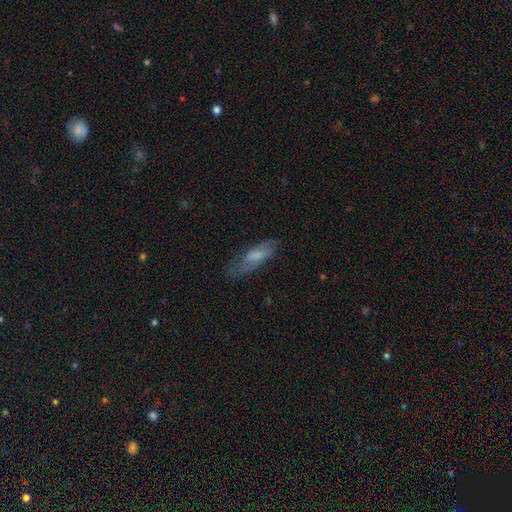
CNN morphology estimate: Smooth or featured?
  - smooth: 55% *
  - featured or disk: 37%
  - star or artifact: 8%
How rounded?
  - in between: 54% *
  - cigar-shaped: 44%
  - round: 2%
Merging?
  - none: 59% *
  - minor disturbance: 26%
  - major disturbance: 13%
  - merger: 2%